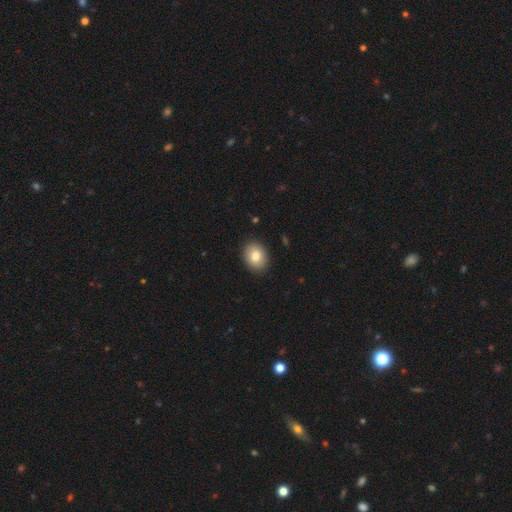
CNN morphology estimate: smooth-or-featured: smooth: 81% | featured or disk: 11% | star or artifact: 8%
  how-rounded: in between: 58% | round: 42% | cigar-shaped: 1%
  merging: none: 90% | minor disturbance: 8% | major disturbance: 2% | merger: 1%